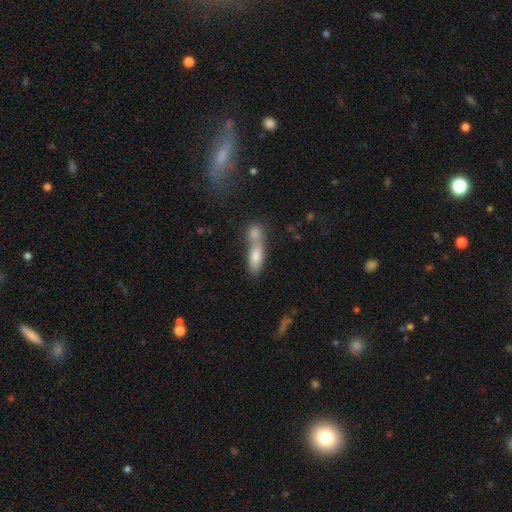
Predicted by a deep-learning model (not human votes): Smooth or featured?
  - smooth: 72% *
  - featured or disk: 18%
  - star or artifact: 9%
How rounded?
  - in between: 59% *
  - cigar-shaped: 35%
  - round: 6%
Merging?
  - merger: 61% *
  - none: 27%
  - minor disturbance: 8%
  - major disturbance: 4%